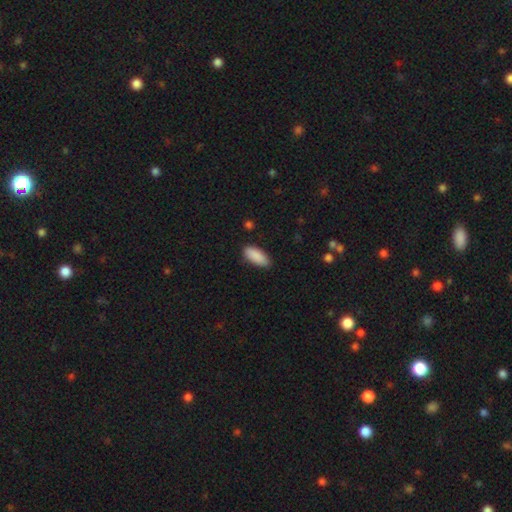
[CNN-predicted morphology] A smooth galaxy with no disk features (90%) that is in between round and cigar-shaped (82%).

Vote fractions:
- Smooth or featured? smooth: 90% / star or artifact: 6% / featured or disk: 4%
- How rounded? in between: 82% / cigar-shaped: 17% / round: 2%
- Merging? none: 86% / minor disturbance: 11% / major disturbance: 2% / merger: 1%